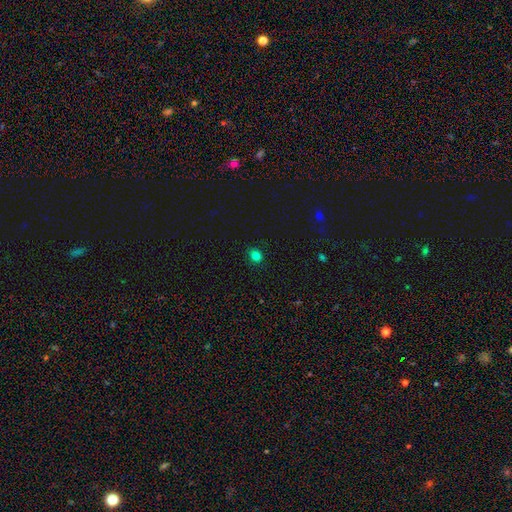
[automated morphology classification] Smooth or featured?
  - smooth: 80% *
  - star or artifact: 15%
  - featured or disk: 5%
How rounded?
  - round: 60% *
  - in between: 39%
  - cigar-shaped: 1%
Merging?
  - none: 87% *
  - minor disturbance: 9%
  - major disturbance: 2%
  - merger: 1%